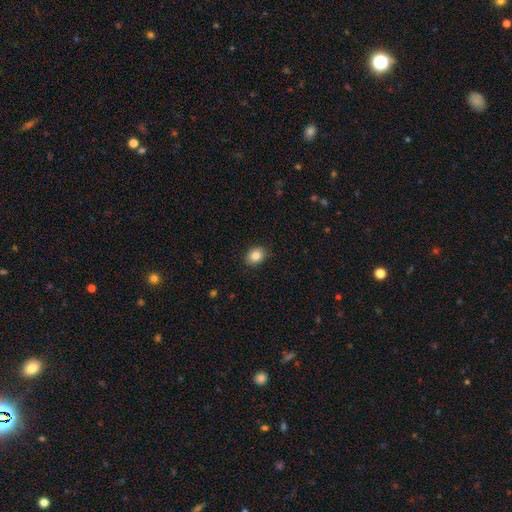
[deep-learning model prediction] smooth 86%, star or artifact 9%, featured or disk 6%. Down the decision tree: how rounded — in between (65%); merging — none (89%).